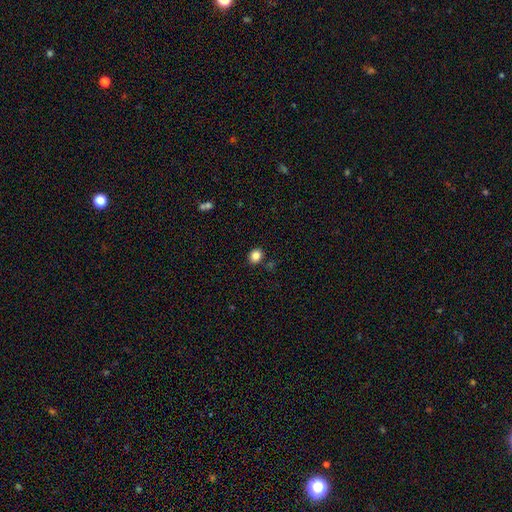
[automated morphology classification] smooth 85%, star or artifact 11%, featured or disk 5%. Down the decision tree: how rounded — round (65%); merging — none (86%).